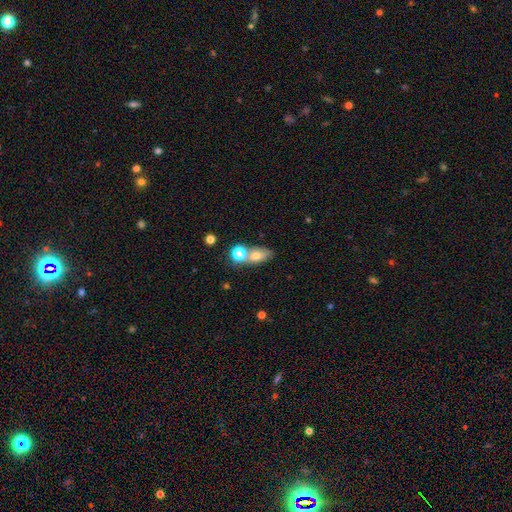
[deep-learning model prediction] Smooth or featured? smooth (67%)
How rounded? in between (73%)
Merging? none (49%)